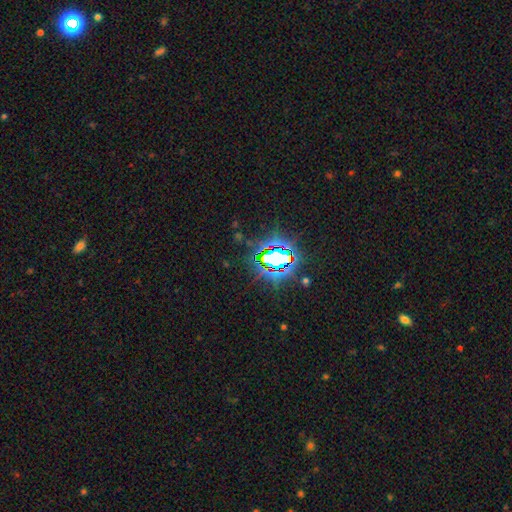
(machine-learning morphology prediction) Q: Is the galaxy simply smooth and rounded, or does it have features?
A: star or artifact — 82%.